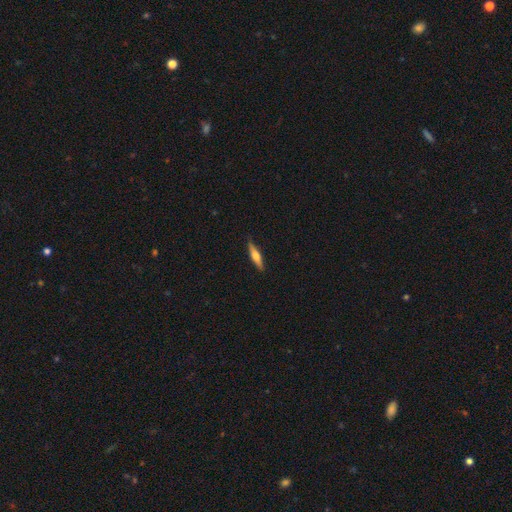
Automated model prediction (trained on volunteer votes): Smooth or featured? smooth (53%)
How rounded? cigar-shaped (81%)
Merging? none (86%)